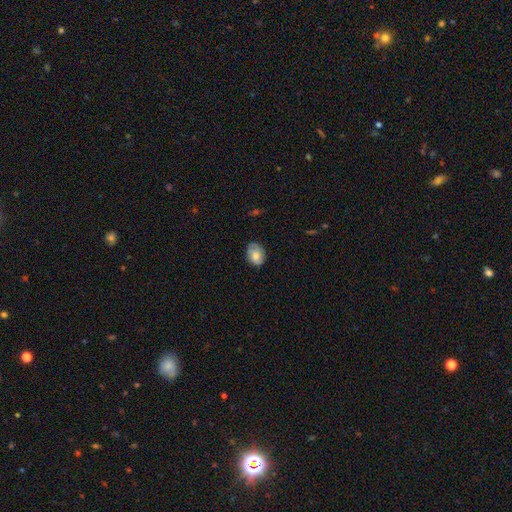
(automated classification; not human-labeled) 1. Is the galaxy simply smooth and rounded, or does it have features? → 68% smooth, 25% featured or disk, 8% star or artifact.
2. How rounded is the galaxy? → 68% in between, 31% round, 1% cigar-shaped.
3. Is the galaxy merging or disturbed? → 68% none, 25% minor disturbance, 5% major disturbance, 1% merger.